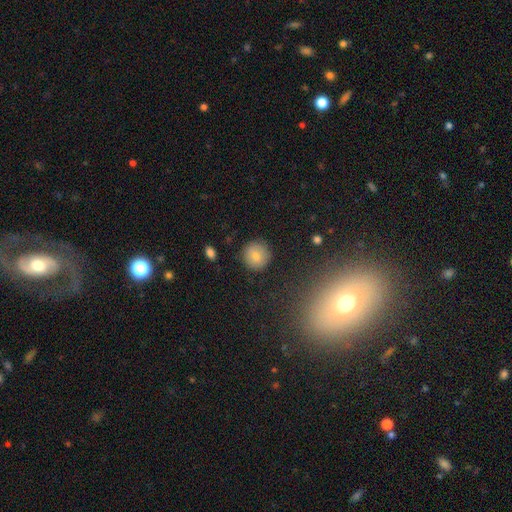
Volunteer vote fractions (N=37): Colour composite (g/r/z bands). It shows a smooth galaxy with no disk features (78%) that is round (90%). Merging: none (89%).